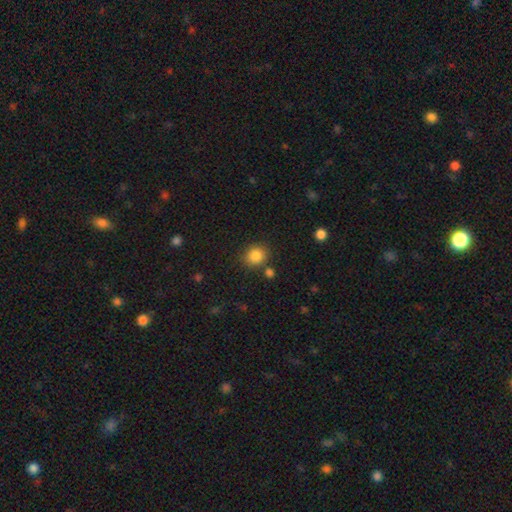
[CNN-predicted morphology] Smooth or featured: smooth — 85% (star or artifact — 10%)
How rounded: round — 79% (in between — 20%)
Merging: none — 79% (minor disturbance — 10%)